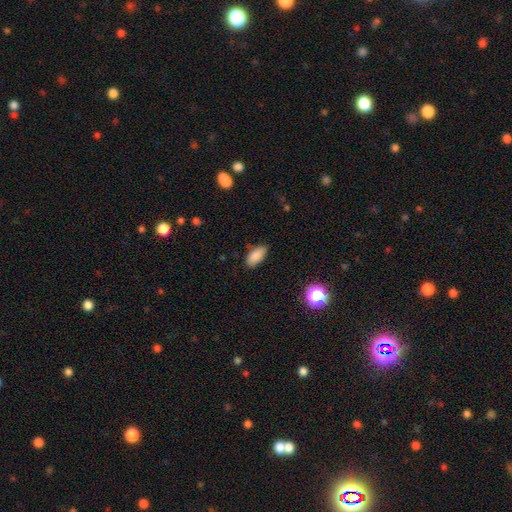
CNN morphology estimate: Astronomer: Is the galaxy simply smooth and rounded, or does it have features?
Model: smooth — 87%.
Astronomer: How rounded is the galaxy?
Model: in between — 89%.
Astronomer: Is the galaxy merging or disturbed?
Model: none — 83%.